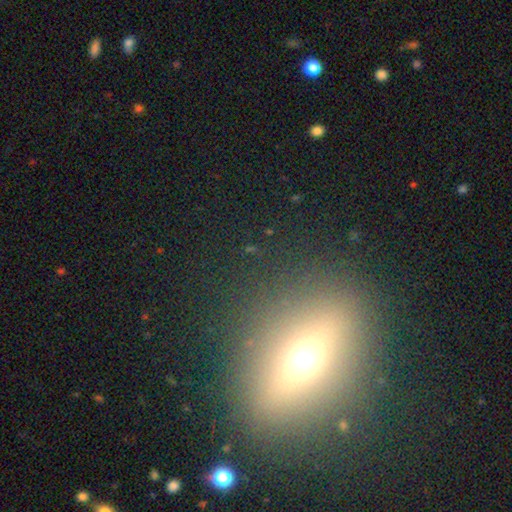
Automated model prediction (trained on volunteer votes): This appears to be a smooth galaxy with no disk features (40%). Merging: none (86%).